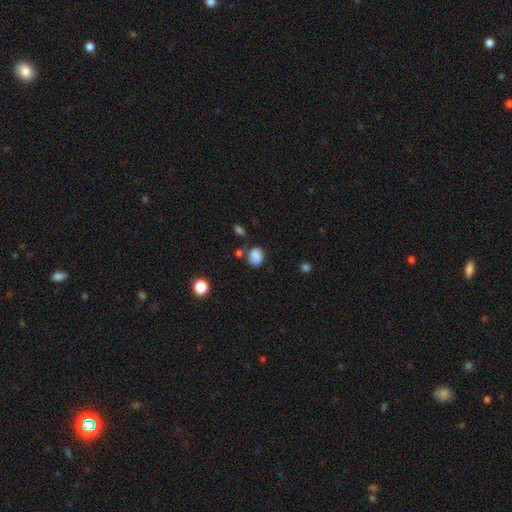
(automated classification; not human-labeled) The model was most divided on "how rounded": round: 59%, in between: 40%, cigar-shaped: 1%. More confident: smooth or featured — smooth (83%); merging — none (62%).